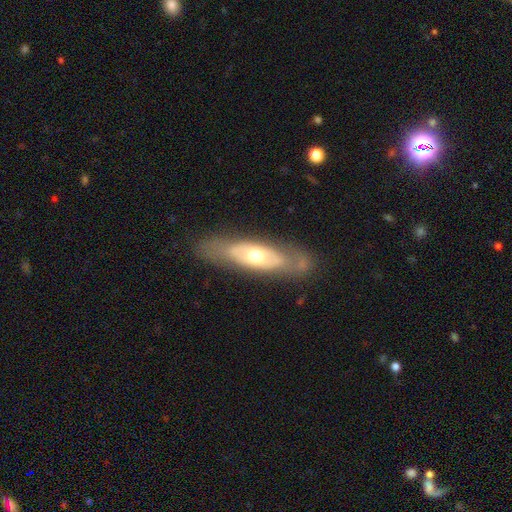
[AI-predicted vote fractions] Morphology: type=featured or disk (58%); edge-on=no (69%); merging=none (72%).